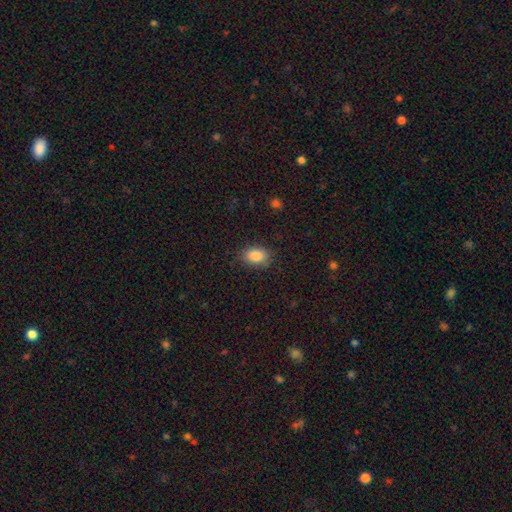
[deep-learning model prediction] Smooth or featured: smooth — 87% (star or artifact — 8%)
How rounded: in between — 85% (round — 14%)
Merging: none — 82% (minor disturbance — 13%)